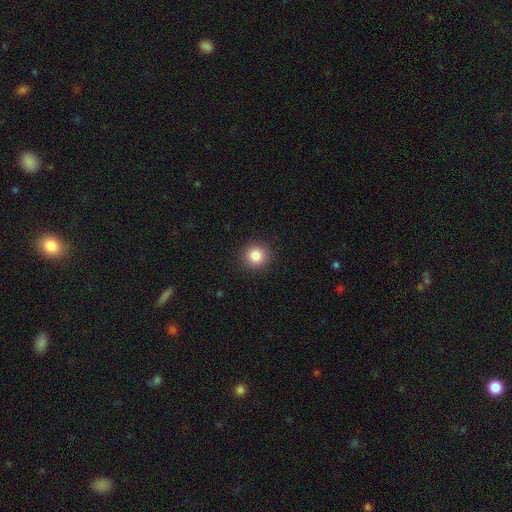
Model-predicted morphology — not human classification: smooth 85%, star or artifact 11%, featured or disk 4%. Down the decision tree: how rounded — round (93%); merging — none (92%).